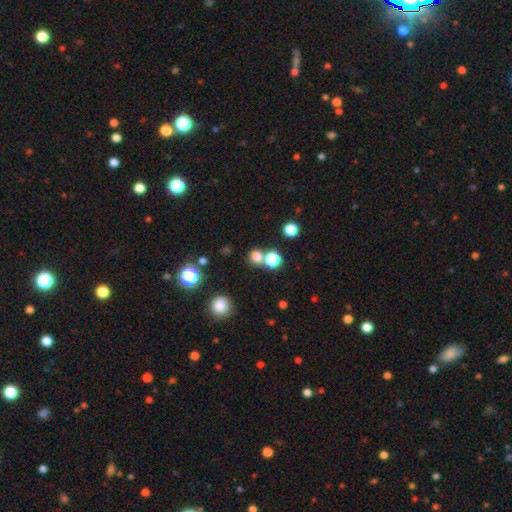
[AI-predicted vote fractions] This appears to be a smooth galaxy with no disk features (72%) that is round (83%). Merging: none (64%).